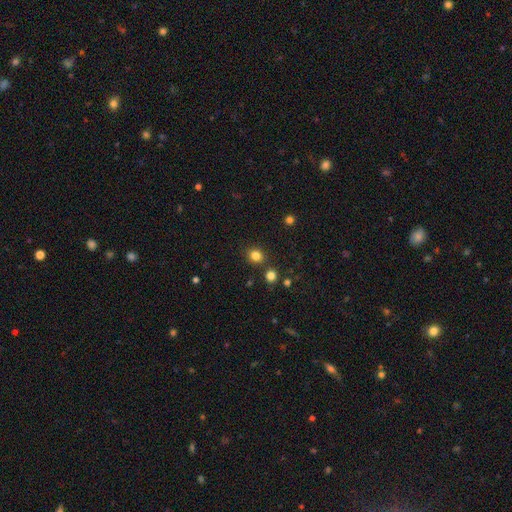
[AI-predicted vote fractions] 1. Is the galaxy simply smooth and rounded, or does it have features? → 82% smooth, 13% star or artifact, 4% featured or disk.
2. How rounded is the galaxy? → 75% round, 24% in between, 1% cigar-shaped.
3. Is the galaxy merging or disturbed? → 83% none, 8% minor disturbance, 7% merger, 3% major disturbance.